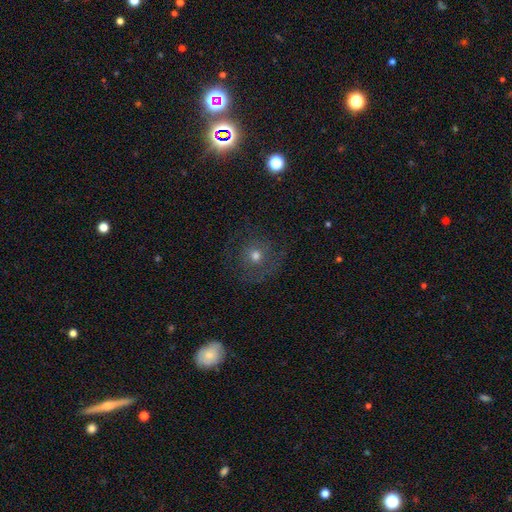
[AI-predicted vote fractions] A smooth galaxy with no disk features (47%). Merging: none (74%).